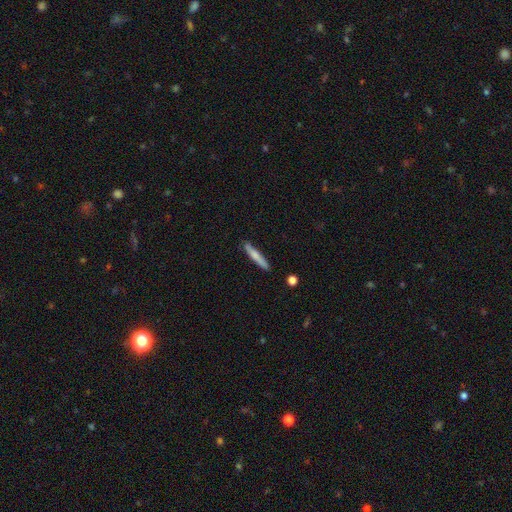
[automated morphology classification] type=smooth (68%); roundness=cigar-shaped (93%); merging=none (86%).